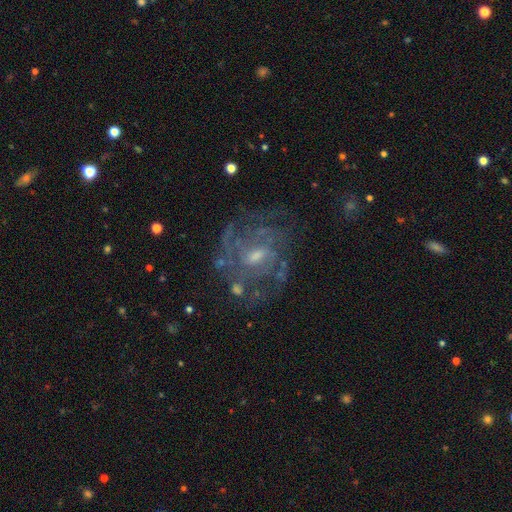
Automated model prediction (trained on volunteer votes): A featured or disk galaxy (82%) with a weak bar (54%), tight (48%) spiral arms (87%) and a moderate central bulge (45%).

Vote fractions:
- Smooth or featured? featured or disk: 82% / star or artifact: 9% / smooth: 9%
- Edge-on disk? no: 97% / yes: 3%
- Bar? weak: 54% / no: 35% / strong: 11%
- Spiral arms? yes: 87% / no: 13%
- Spiral winding? tight: 48% / medium: 39% / loose: 13%
- Spiral arm count? can't tell: 41% / 3: 17% / 4: 15% / 2: 15% / more than 4: 6% / 1: 5%
- Bulge size? moderate: 45% / small: 43% / none: 7% / large: 3% / dominant: 1%
- Merging? none: 67% / minor disturbance: 17% / major disturbance: 14% / merger: 3%